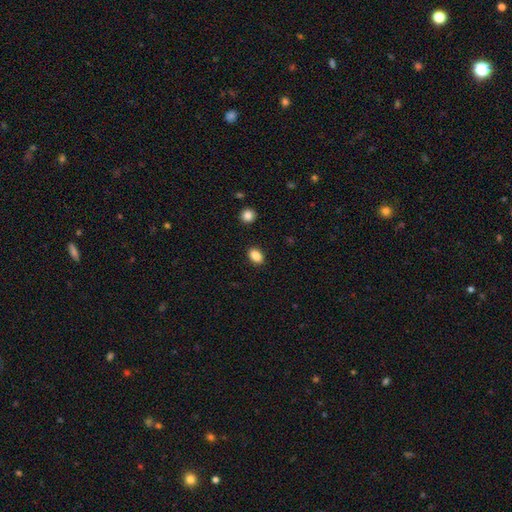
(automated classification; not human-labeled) A smooth galaxy with no disk features (87%) that is in between round and cigar-shaped (81%).

Vote fractions:
- Smooth or featured? smooth: 87% / star or artifact: 9% / featured or disk: 4%
- How rounded? in between: 81% / round: 17% / cigar-shaped: 2%
- Merging? none: 89% / minor disturbance: 7% / major disturbance: 2% / merger: 2%